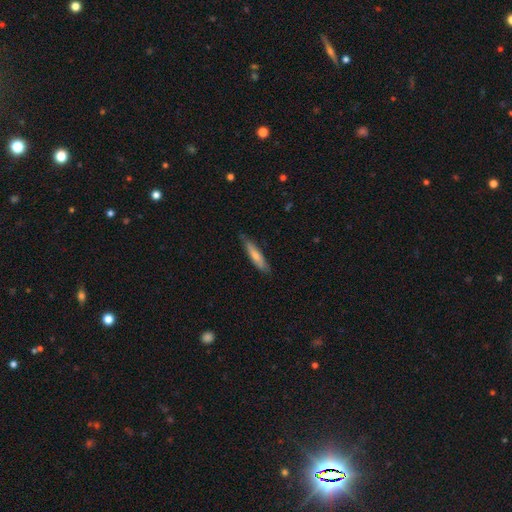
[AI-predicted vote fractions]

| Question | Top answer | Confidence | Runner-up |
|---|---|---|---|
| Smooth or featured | smooth | 69% | featured or disk (26%) |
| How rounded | cigar-shaped | 81% | in between (17%) |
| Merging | none | 78% | minor disturbance (19%) |